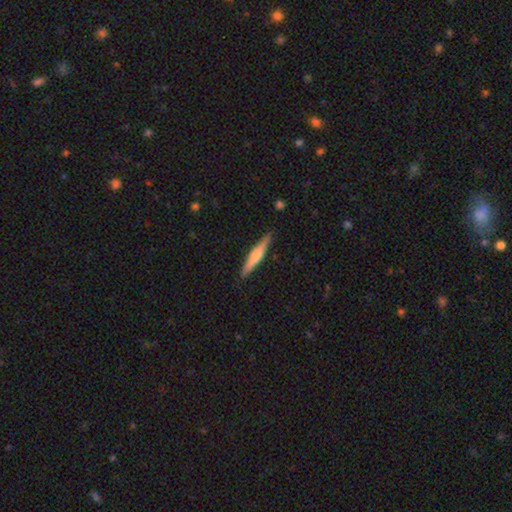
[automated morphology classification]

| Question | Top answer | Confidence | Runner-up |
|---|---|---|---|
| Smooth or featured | smooth | 53% | featured or disk (42%) |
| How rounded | cigar-shaped | 92% | in between (6%) |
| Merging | none | 89% | minor disturbance (8%) |